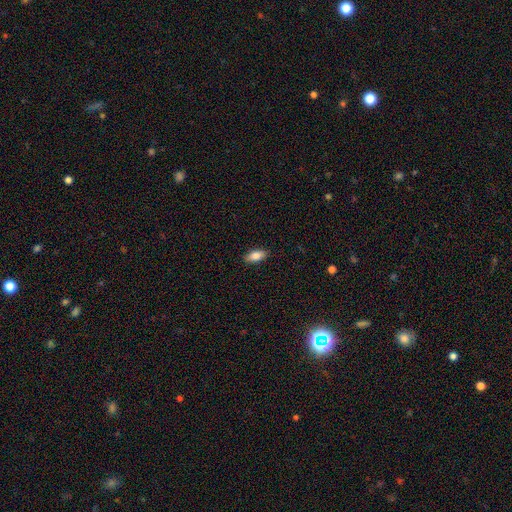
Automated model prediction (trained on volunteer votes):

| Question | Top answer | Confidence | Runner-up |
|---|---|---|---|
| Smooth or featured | smooth | 84% | featured or disk (9%) |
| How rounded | in between | 87% | cigar-shaped (11%) |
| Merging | none | 89% | minor disturbance (8%) |